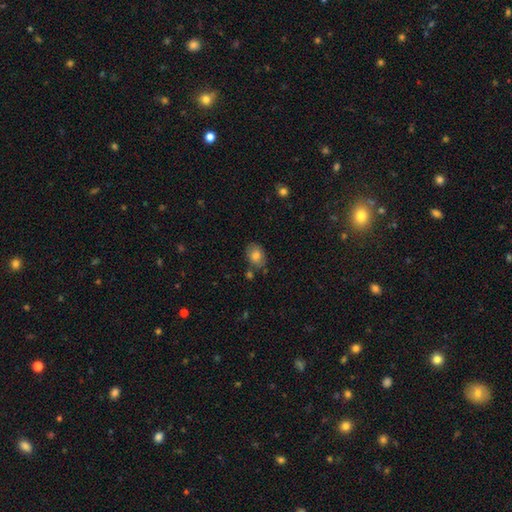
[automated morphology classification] Q: Smooth or featured?
A: smooth (80%); runner-up: featured or disk (11%)
Q: How rounded?
A: in between (70%); runner-up: round (29%)
Q: Merging?
A: none (73%); runner-up: minor disturbance (16%)